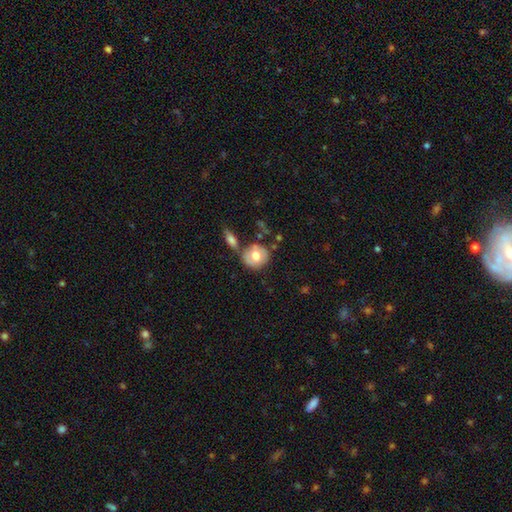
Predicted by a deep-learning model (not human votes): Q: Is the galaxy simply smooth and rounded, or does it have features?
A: smooth — 63%.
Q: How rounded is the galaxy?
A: round — 81%.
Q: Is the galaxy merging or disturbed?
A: none — 63%.